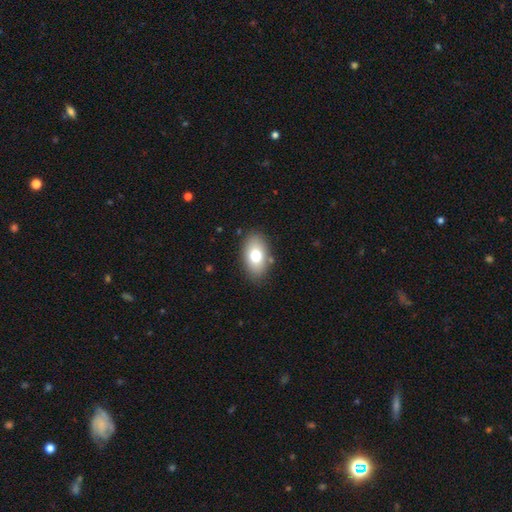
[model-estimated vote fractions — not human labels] Q: Smooth or featured?
A: smooth (73%); runner-up: featured or disk (19%)
Q: How rounded?
A: in between (90%); runner-up: round (8%)
Q: Merging?
A: none (84%); runner-up: minor disturbance (11%)